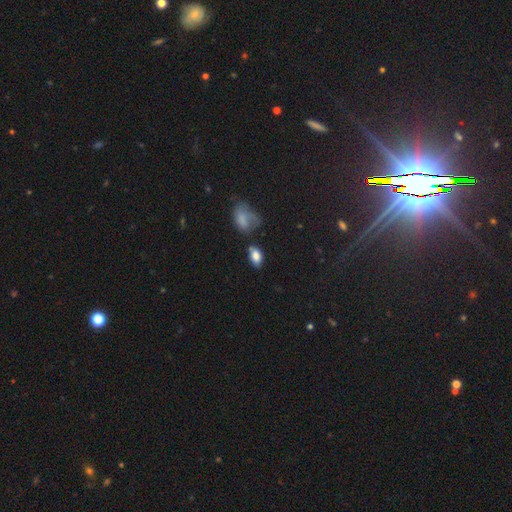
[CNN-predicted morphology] This is clearly a smooth galaxy (82%). How rounded: clearly in between (90%). Merging: likely none (66%).